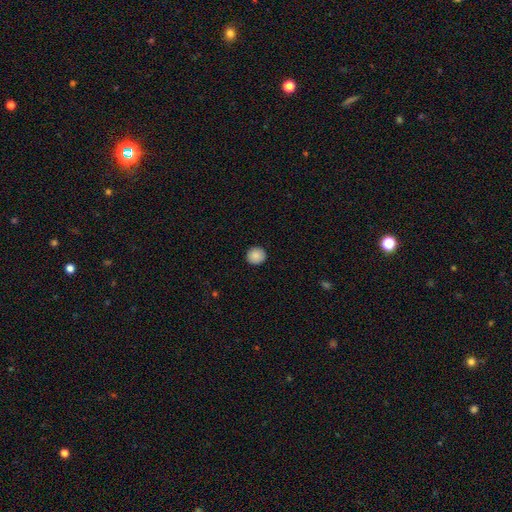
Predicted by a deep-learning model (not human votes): Smooth or featured? smooth (88%)
How rounded? round (92%)
Merging? none (92%)